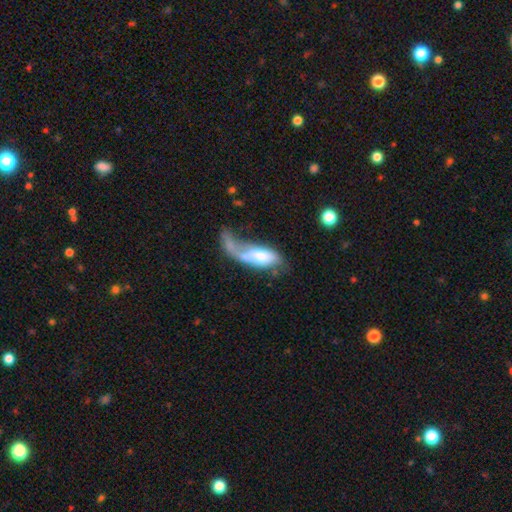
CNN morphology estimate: A smooth galaxy with no disk features (50%) that is in between round and cigar-shaped (73%). Merging: major disturbance (43%).